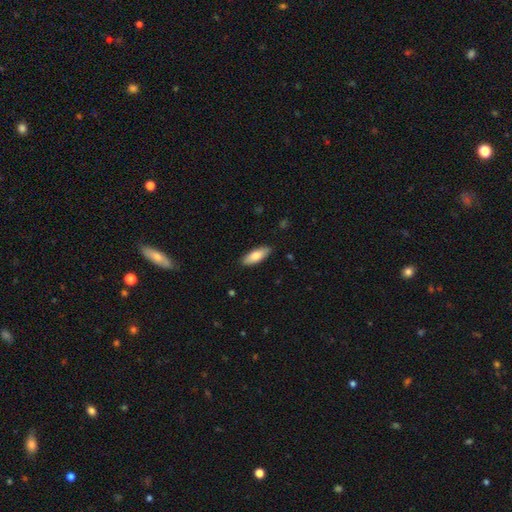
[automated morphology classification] Overall: smooth (80%). How rounded: in between (74%). Merging: none (88%).